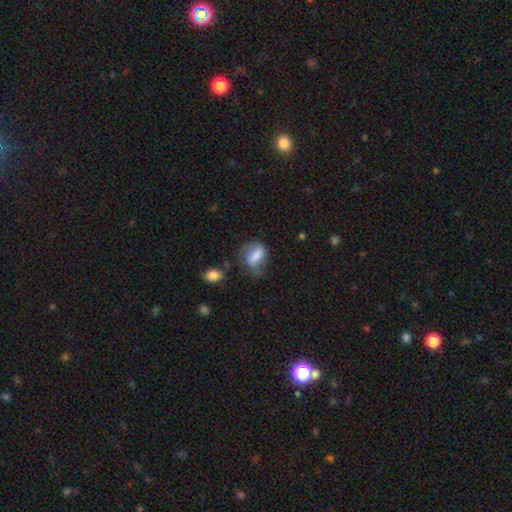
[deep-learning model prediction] Morphology: type=smooth (66%); roundness=in between (74%); merging=none (41%).